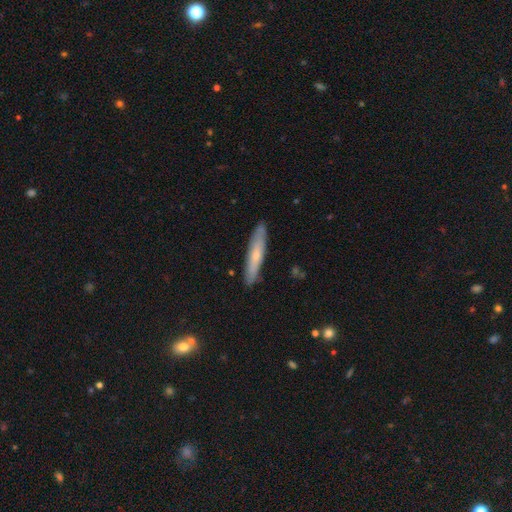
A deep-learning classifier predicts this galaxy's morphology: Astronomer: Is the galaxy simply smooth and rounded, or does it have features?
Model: smooth — 54% (runner-up: featured or disk, 40%).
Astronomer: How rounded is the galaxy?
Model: cigar-shaped — 90%.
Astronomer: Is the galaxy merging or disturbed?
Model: none — 88%.